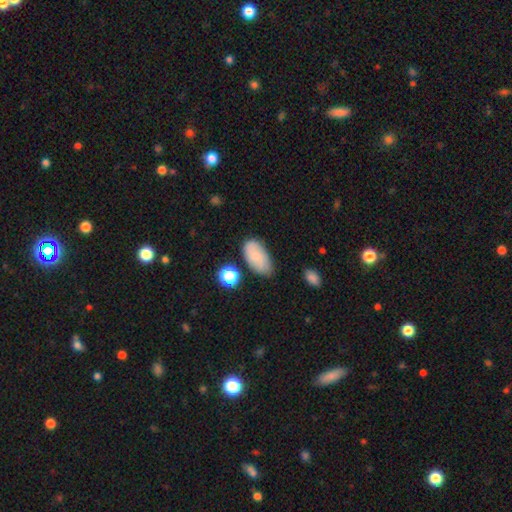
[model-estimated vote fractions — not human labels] Smooth or featured? smooth (73%)
How rounded? in between (93%)
Merging? none (66%)